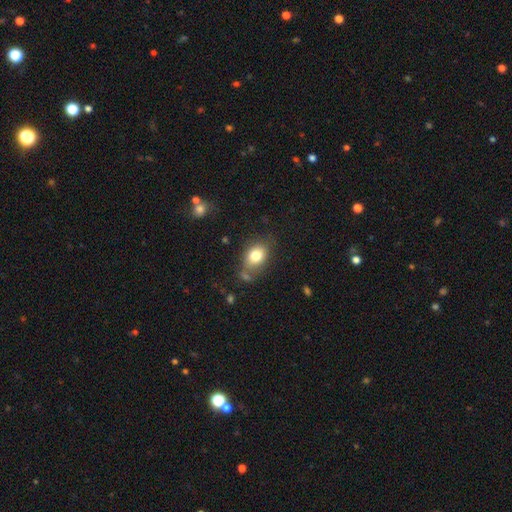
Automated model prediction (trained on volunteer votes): Q: Smooth or featured?
A: smooth (79%); runner-up: featured or disk (11%)
Q: How rounded?
A: in between (73%); runner-up: round (26%)
Q: Merging?
A: none (65%); runner-up: minor disturbance (20%)